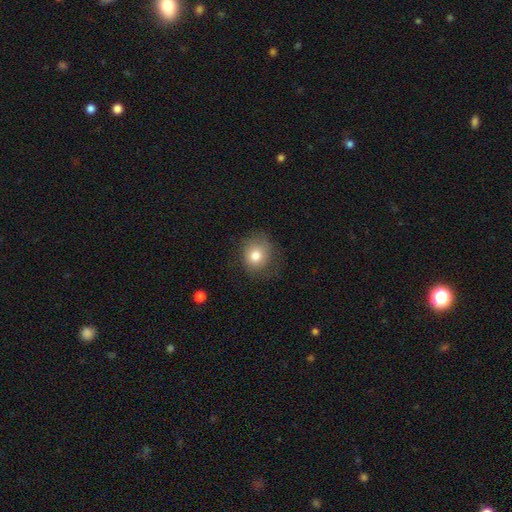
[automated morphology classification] Smooth or featured?
  - smooth: 79% *
  - featured or disk: 11%
  - star or artifact: 9%
How rounded?
  - round: 72% *
  - in between: 27%
  - cigar-shaped: 1%
Merging?
  - none: 70% *
  - minor disturbance: 20%
  - major disturbance: 8%
  - merger: 1%